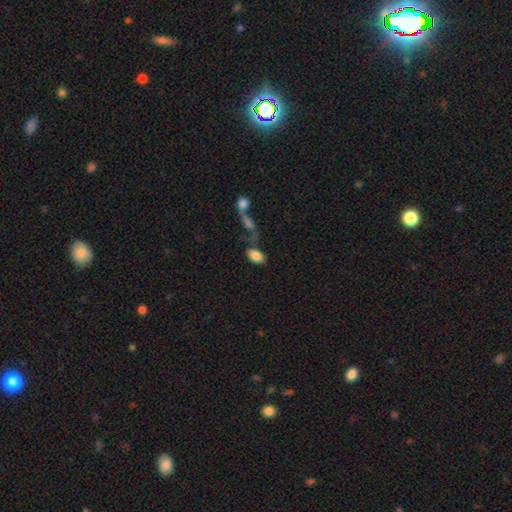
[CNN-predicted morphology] smooth 83%, featured or disk 10%, star or artifact 7%. Down the decision tree: how rounded — in between (92%); merging — none (44%).